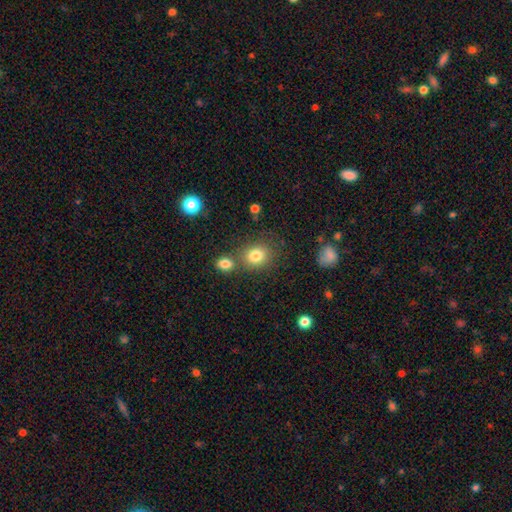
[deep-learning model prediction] smooth-or-featured: smooth: 81% | star or artifact: 12% | featured or disk: 8%
  how-rounded: round: 66% | in between: 33% | cigar-shaped: 1%
  merging: none: 67% | merger: 18% | minor disturbance: 11% | major disturbance: 4%